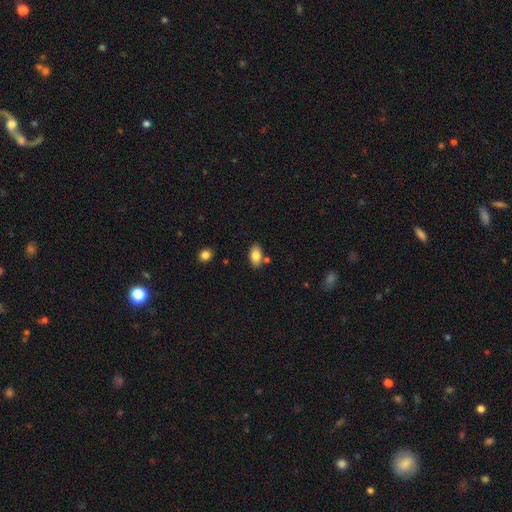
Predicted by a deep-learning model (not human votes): This is clearly a smooth galaxy (81%). How rounded: clearly in between (91%). Merging: likely none (78%).